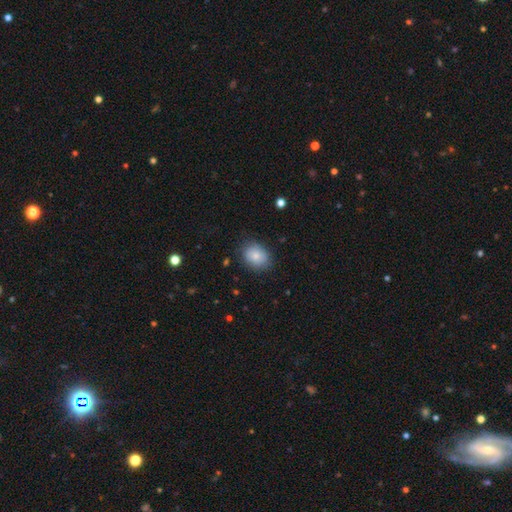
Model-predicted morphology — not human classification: This is clearly a smooth galaxy (81%). How rounded: possibly in between (52%). Merging: clearly none (80%).